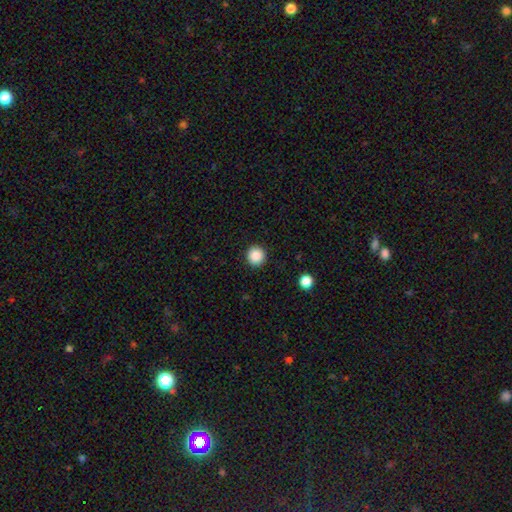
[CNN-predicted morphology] Q: Smooth or featured?
A: smooth (87%); runner-up: star or artifact (10%)
Q: How rounded?
A: round (95%); runner-up: in between (4%)
Q: Merging?
A: none (92%); runner-up: minor disturbance (5%)